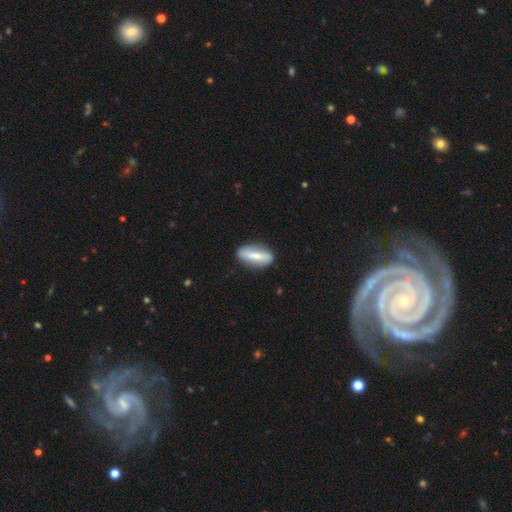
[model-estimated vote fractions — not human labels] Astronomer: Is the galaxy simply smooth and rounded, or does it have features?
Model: smooth — 57% (runner-up: featured or disk, 36%).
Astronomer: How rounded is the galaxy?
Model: in between — 71%.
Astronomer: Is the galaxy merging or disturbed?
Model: none — 82%.